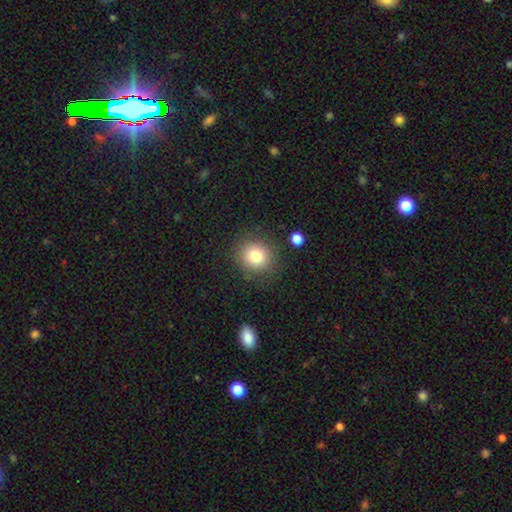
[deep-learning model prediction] This is likely a smooth galaxy (80%). How rounded: clearly round (87%). Merging: clearly none (84%).